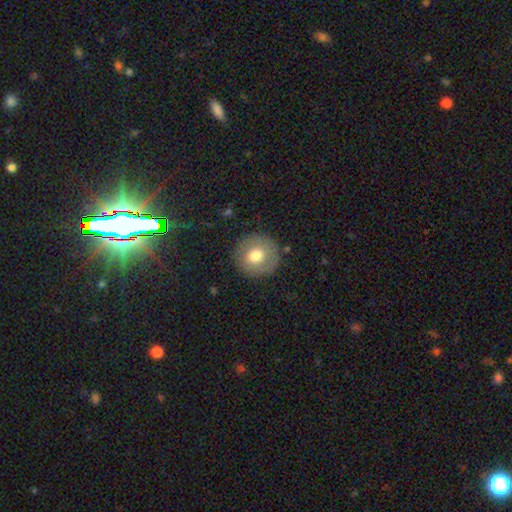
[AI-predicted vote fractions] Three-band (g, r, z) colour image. It shows a smooth galaxy with no disk features (70%) that is round (93%). Merging: none (87%).